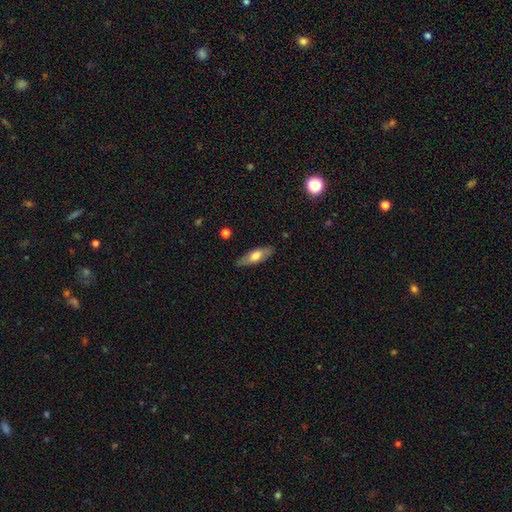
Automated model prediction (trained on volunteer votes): The model was most divided on "how rounded": in between: 64%, cigar-shaped: 34%, round: 3%. More confident: merging — none (81%); smooth or featured — smooth (63%).